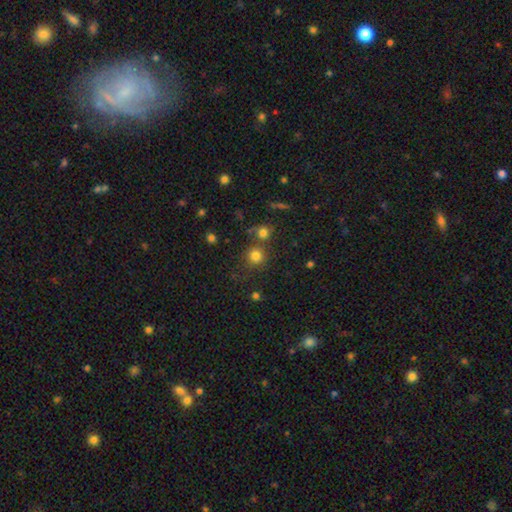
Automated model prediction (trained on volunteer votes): Q: Smooth or featured?
A: smooth (79%); runner-up: star or artifact (14%)
Q: How rounded?
A: round (91%); runner-up: in between (8%)
Q: Merging?
A: none (69%); runner-up: merger (18%)